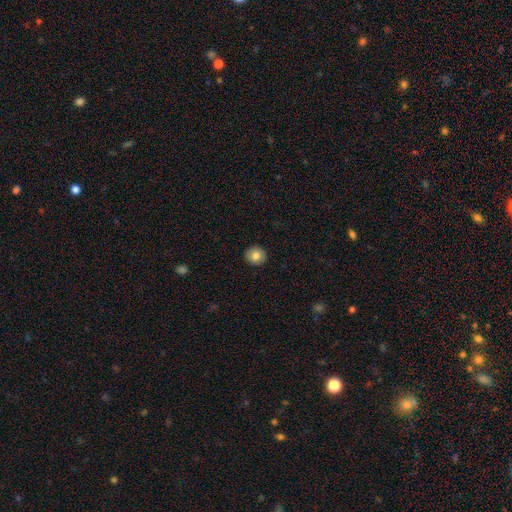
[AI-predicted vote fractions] This is likely a smooth galaxy (79%). How rounded: clearly round (84%). Merging: clearly none (91%).